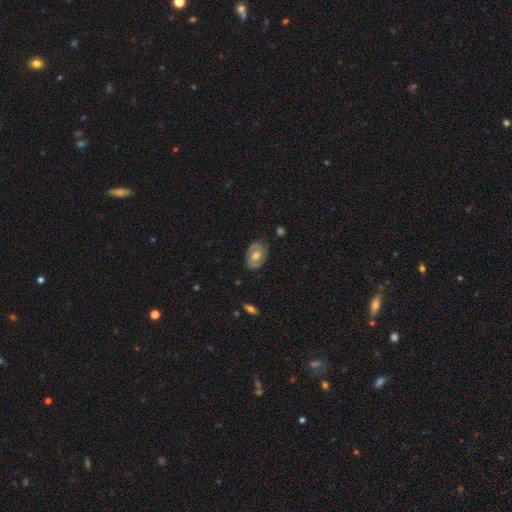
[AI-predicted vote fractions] Smooth or featured? featured or disk (59%)
Edge-on disk? no (94%)
Bar? no (55%)
Spiral arms? yes (58%)
Bulge size? moderate (72%)
Merging? none (78%)